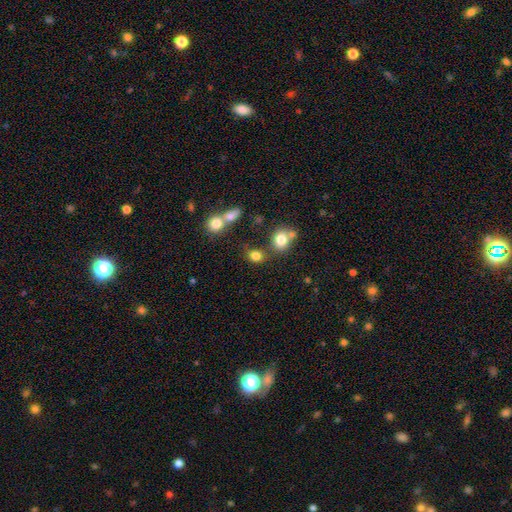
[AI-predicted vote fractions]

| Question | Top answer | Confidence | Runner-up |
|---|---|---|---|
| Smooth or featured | smooth | 80% | star or artifact (13%) |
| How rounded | round | 61% | in between (38%) |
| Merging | none | 61% | merger (21%) |